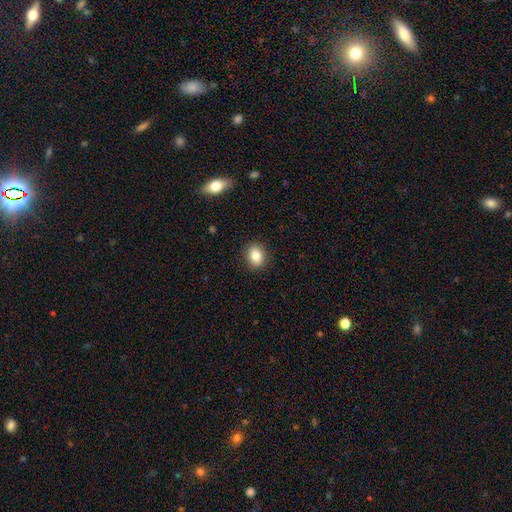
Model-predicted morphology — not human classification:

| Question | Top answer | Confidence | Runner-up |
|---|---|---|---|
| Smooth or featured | smooth | 83% | star or artifact (9%) |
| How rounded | in between | 64% | round (35%) |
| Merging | none | 90% | minor disturbance (7%) |